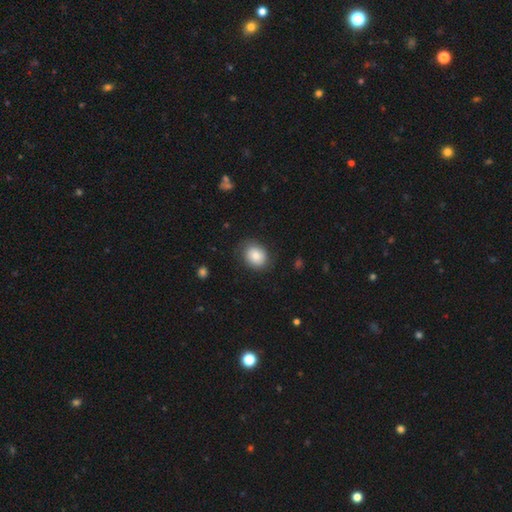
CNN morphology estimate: smooth-or-featured: smooth: 83% | featured or disk: 9% | star or artifact: 8%
  how-rounded: round: 51% | in between: 48% | cigar-shaped: 1%
  merging: none: 80% | minor disturbance: 14% | major disturbance: 4% | merger: 1%